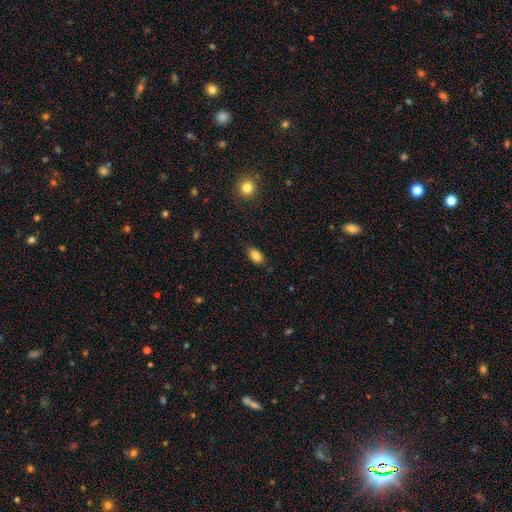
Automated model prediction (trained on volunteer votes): This is clearly a smooth galaxy (85%). How rounded: clearly in between (90%). Merging: clearly none (83%).